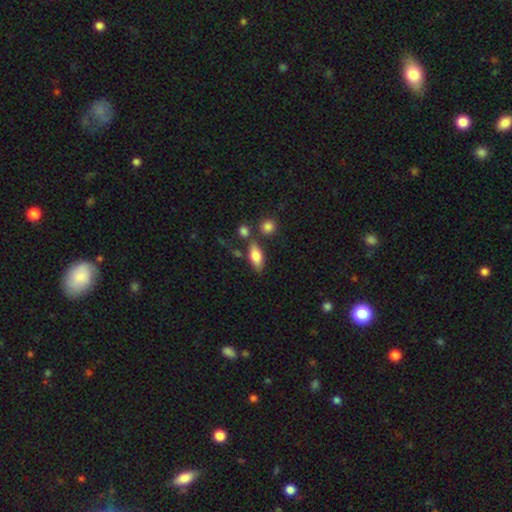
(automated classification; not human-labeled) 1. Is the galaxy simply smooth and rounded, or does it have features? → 76% smooth, 17% featured or disk, 7% star or artifact.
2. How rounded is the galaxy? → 82% in between, 14% cigar-shaped, 4% round.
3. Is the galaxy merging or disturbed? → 68% none, 15% minor disturbance, 12% merger, 5% major disturbance.